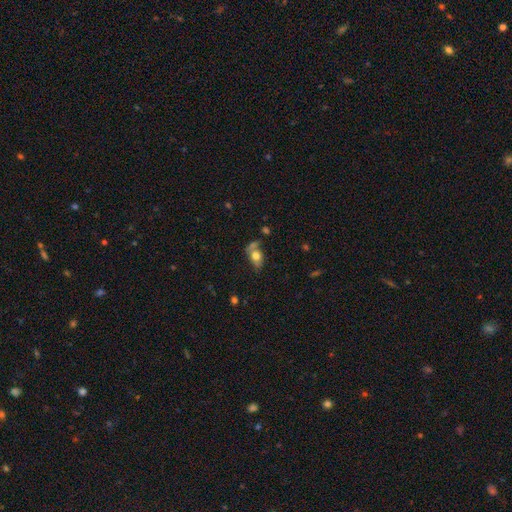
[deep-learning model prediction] Smooth or featured? Predicted: smooth (p=0.69). How rounded? Predicted: in between (p=0.75). Merging? Predicted: none (p=0.41).